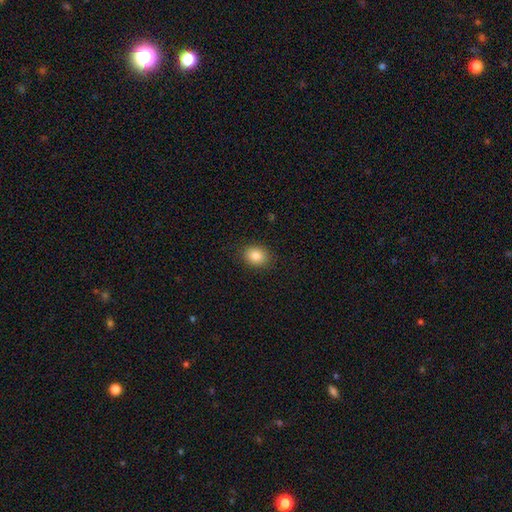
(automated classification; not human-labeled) A smooth galaxy with no disk features (86%) that is round (50%). Merging: none (88%).